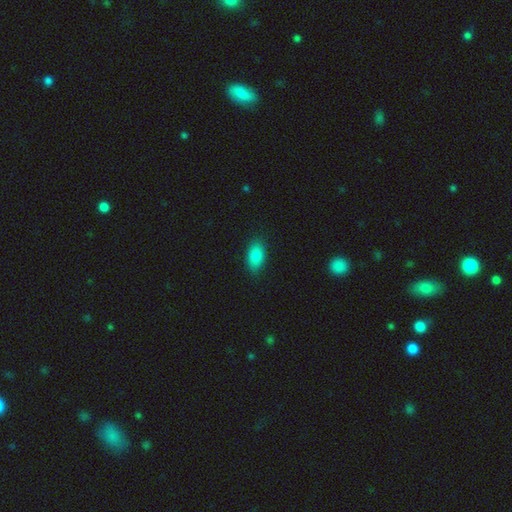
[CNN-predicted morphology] Smooth or featured: smooth — 87% (star or artifact — 8%)
How rounded: in between — 91% (round — 4%)
Merging: none — 85% (minor disturbance — 11%)